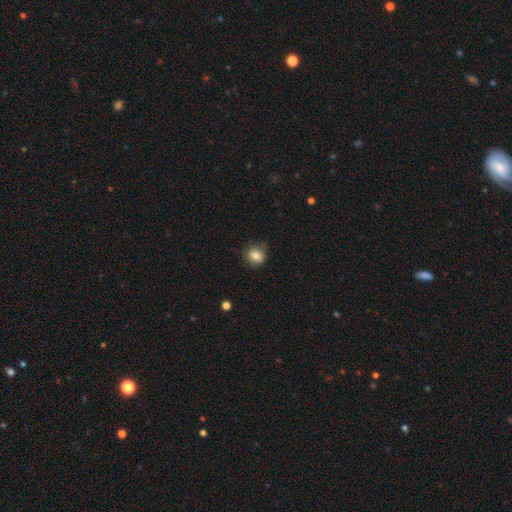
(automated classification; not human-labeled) Overall: smooth (80%). How rounded: round (76%). Merging: none (74%).